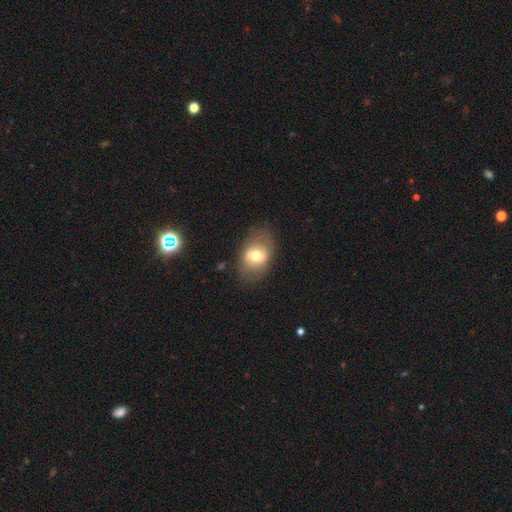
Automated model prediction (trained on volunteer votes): Q: Smooth or featured?
A: smooth (59%); runner-up: featured or disk (33%)
Q: How rounded?
A: in between (73%); runner-up: round (26%)
Q: Merging?
A: none (76%); runner-up: minor disturbance (16%)